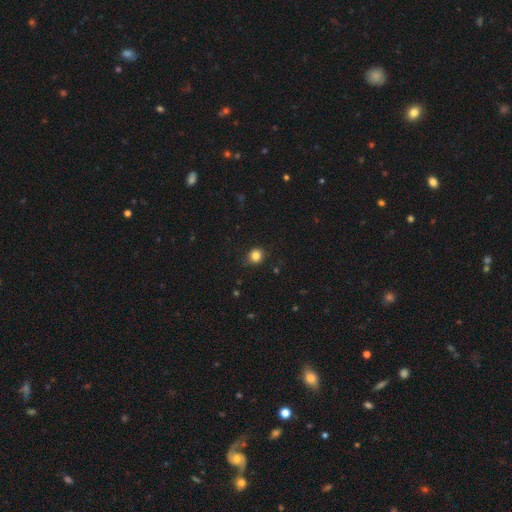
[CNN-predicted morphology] The model was most divided on "smooth or featured": smooth: 83%, star or artifact: 12%, featured or disk: 5%. More confident: how rounded — round (86%); merging — none (86%).